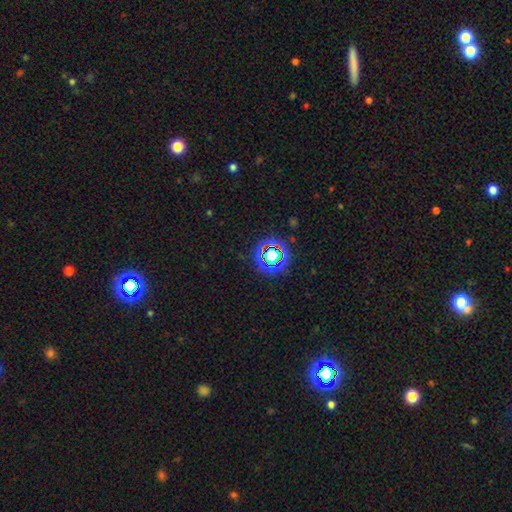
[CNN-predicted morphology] A star or artifact, not a galaxy (73%).

Vote fractions:
- Smooth or featured? star or artifact: 73% / smooth: 17% / featured or disk: 10%